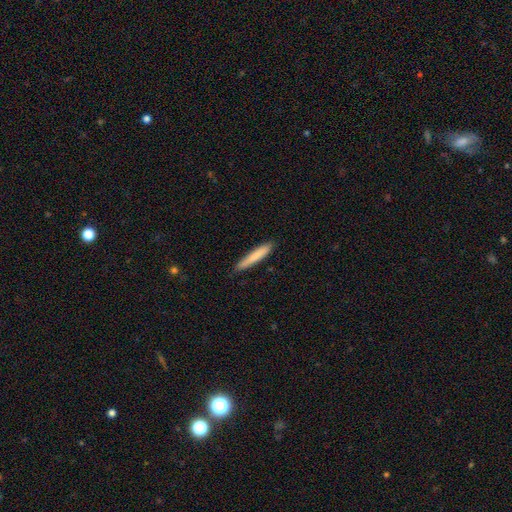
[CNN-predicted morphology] Smooth or featured?
  - smooth: 79% *
  - featured or disk: 15%
  - star or artifact: 6%
How rounded?
  - cigar-shaped: 94% *
  - in between: 5%
  - round: 1%
Merging?
  - none: 86% *
  - minor disturbance: 11%
  - major disturbance: 2%
  - merger: 1%